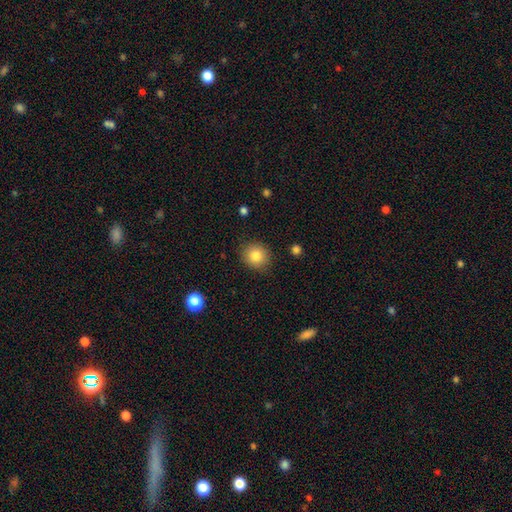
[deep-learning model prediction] A smooth galaxy with no disk features (83%) that is round (84%).

Vote fractions:
- Smooth or featured? smooth: 83% / star or artifact: 10% / featured or disk: 7%
- How rounded? round: 84% / in between: 15% / cigar-shaped: 1%
- Merging? none: 87% / minor disturbance: 9% / major disturbance: 3% / merger: 1%